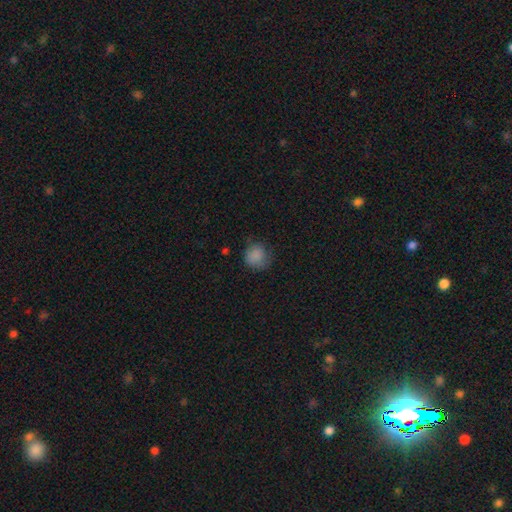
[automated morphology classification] Smooth or featured? Predicted: smooth (p=0.84). How rounded? Predicted: round (p=0.83). Merging? Predicted: none (p=0.64).